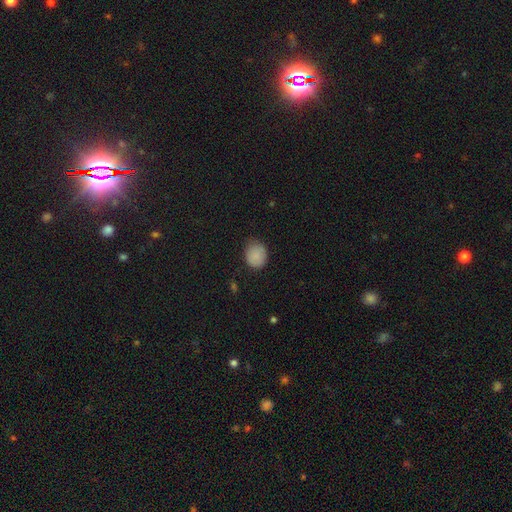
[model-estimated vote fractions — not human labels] The model was most divided on "how rounded": round: 71%, in between: 28%, cigar-shaped: 1%. More confident: smooth or featured — smooth (87%); merging — none (74%).